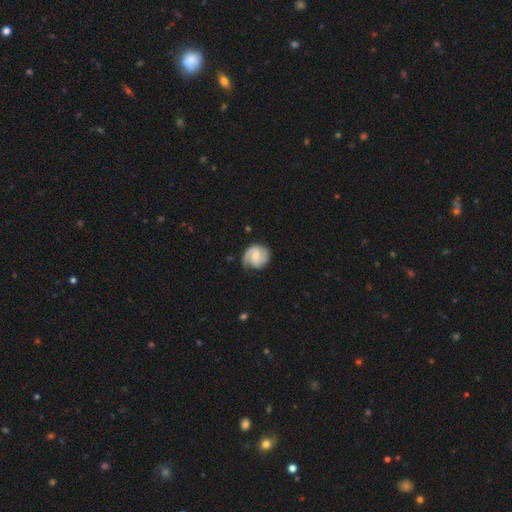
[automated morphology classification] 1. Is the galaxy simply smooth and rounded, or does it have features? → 65% featured or disk, 29% smooth, 6% star or artifact.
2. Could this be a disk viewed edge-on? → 98% no, 2% yes.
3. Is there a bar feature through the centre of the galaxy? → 47% weak, 43% no, 10% strong.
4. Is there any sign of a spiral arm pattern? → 93% yes, 7% no.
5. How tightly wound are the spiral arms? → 43% tight, 41% medium, 16% loose.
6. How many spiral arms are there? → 63% 2, 17% 1, 12% can't tell, 6% 3, 1% 4, 1% more than 4.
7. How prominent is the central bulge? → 49% small, 39% moderate, 8% none, 3% large, 1% dominant.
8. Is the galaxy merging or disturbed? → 65% none, 24% minor disturbance, 9% major disturbance, 1% merger.